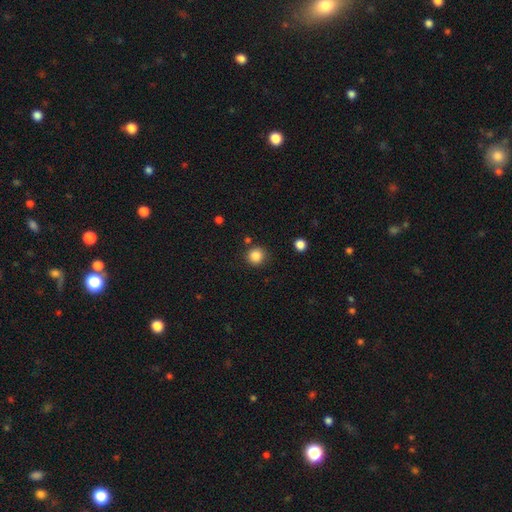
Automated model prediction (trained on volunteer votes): Smooth or featured? Predicted: smooth (p=0.85). How rounded? Predicted: round (p=0.93). Merging? Predicted: none (p=0.86).